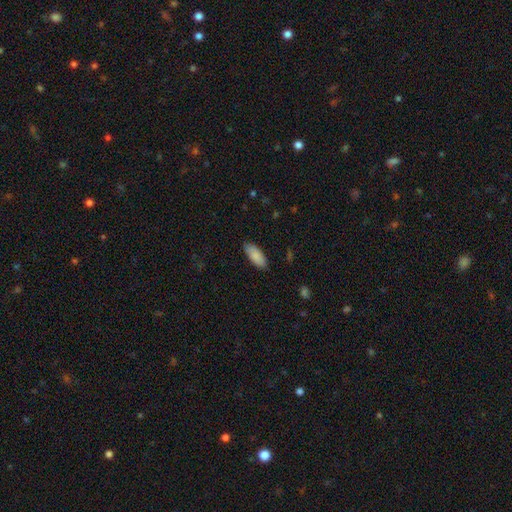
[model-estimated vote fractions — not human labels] Smooth or featured? Predicted: smooth (p=0.89). How rounded? Predicted: in between (p=0.81). Merging? Predicted: none (p=0.85).